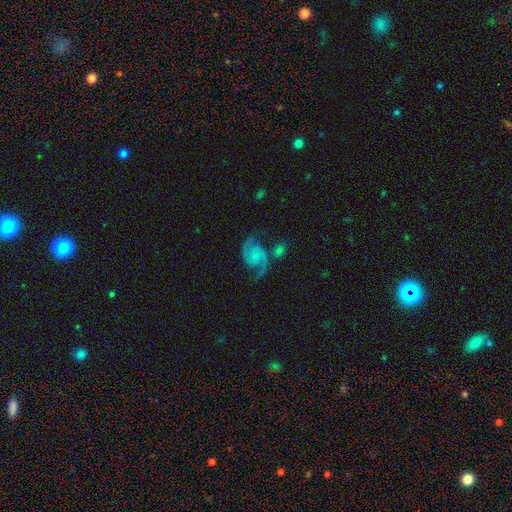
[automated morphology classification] featured or disk 86%, smooth 8%, star or artifact 6%. Down the decision tree: edge-on disk — no (98%); bar — no (66%); spiral arms — yes (97%); spiral arm count — 2 (90%); spiral winding — medium (50%); bulge size — small (59%); merging — none (55%).